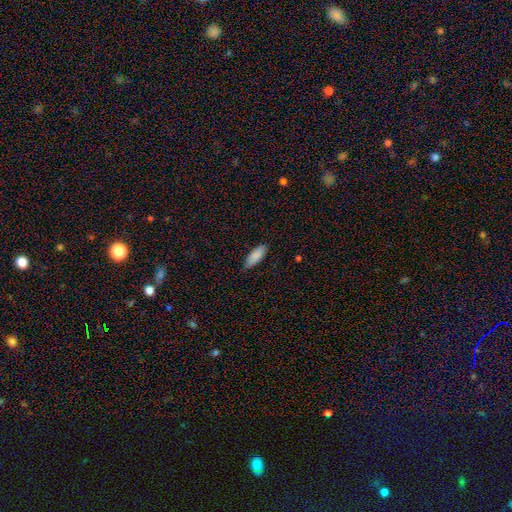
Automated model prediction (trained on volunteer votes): The model was most divided on "how rounded": in between: 69%, cigar-shaped: 29%, round: 2%. More confident: smooth or featured — smooth (87%); merging — none (71%).